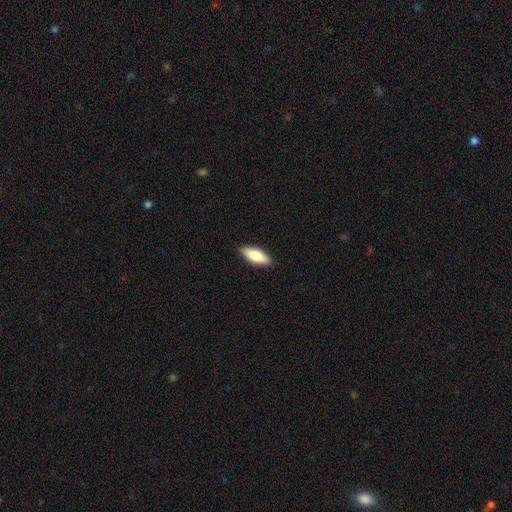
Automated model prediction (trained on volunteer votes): Smooth or featured? smooth (75%)
How rounded? in between (68%)
Merging? none (90%)